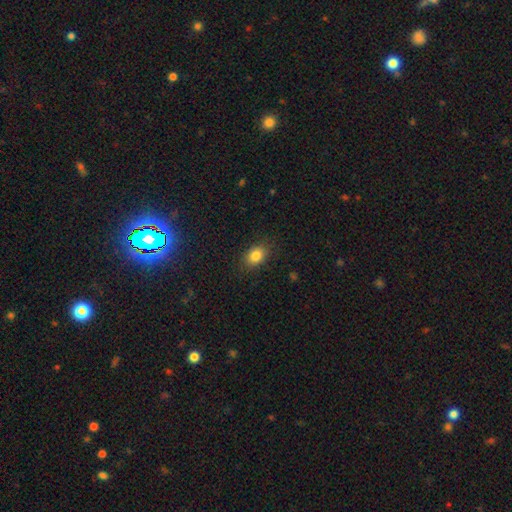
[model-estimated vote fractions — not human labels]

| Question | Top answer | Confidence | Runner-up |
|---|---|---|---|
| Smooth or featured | smooth | 84% | star or artifact (10%) |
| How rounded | in between | 75% | round (24%) |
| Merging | none | 84% | minor disturbance (11%) |